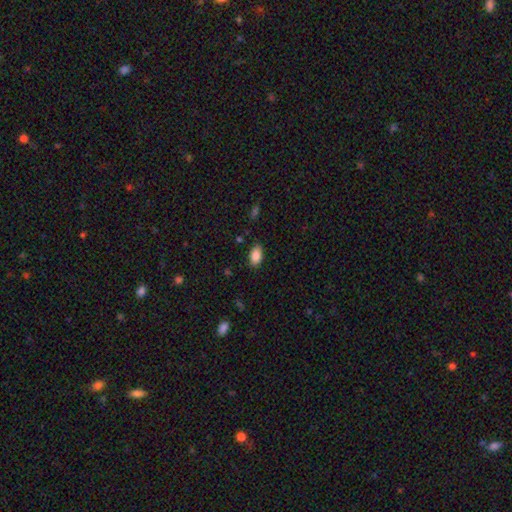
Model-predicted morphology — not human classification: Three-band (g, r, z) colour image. It shows a smooth galaxy with no disk features (88%) that is in between round and cigar-shaped (92%). Merging: none (85%).